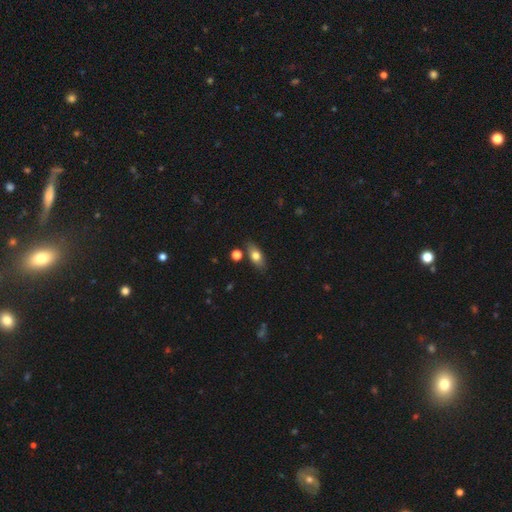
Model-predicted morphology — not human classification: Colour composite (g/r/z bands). It shows a smooth galaxy with no disk features (71%) that is in between round and cigar-shaped (79%). Merging: none (80%).